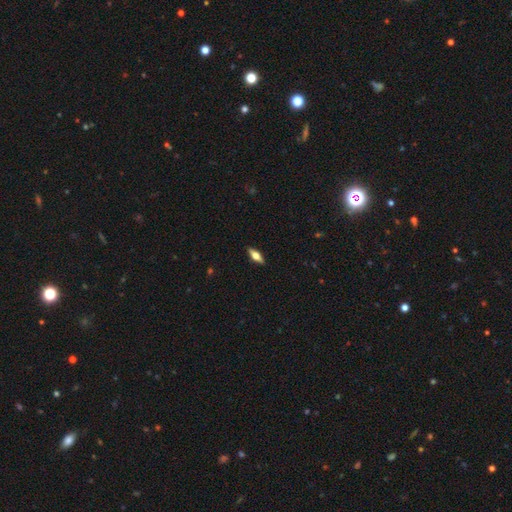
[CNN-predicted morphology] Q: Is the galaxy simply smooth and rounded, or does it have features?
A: smooth — 52%.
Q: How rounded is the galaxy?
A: in between — 67%.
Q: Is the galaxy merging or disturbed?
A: none — 90%.